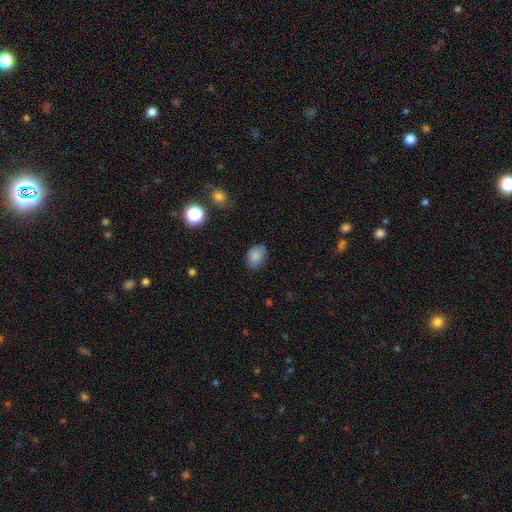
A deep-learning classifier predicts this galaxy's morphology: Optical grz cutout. It shows a smooth galaxy with no disk features (85%) that is in between round and cigar-shaped (82%). Merging: none (80%).